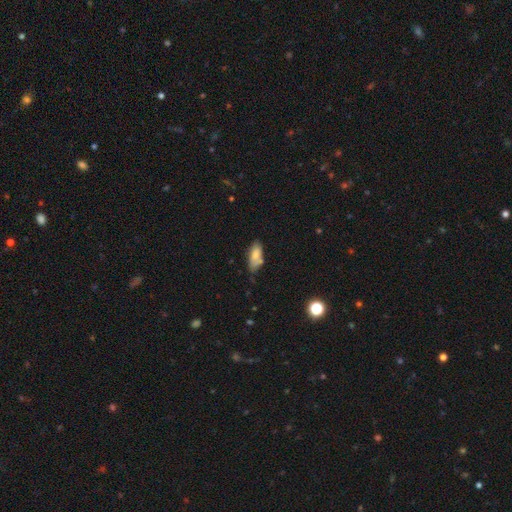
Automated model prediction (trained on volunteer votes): Overall: smooth (79%). How rounded: in between (81%). Merging: none (59%; minor disturbance 27%).